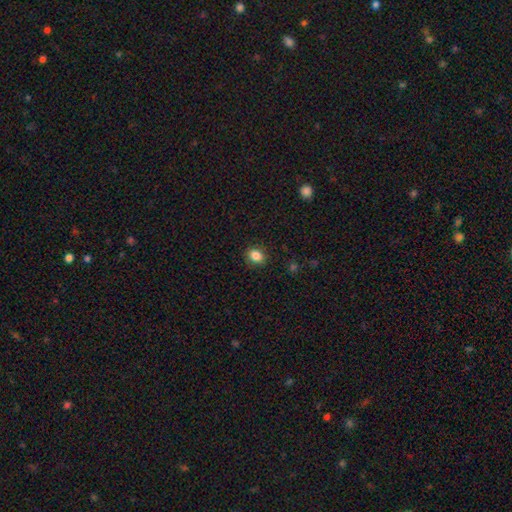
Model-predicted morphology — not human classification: type=smooth (85%); roundness=round (53%); merging=none (88%).